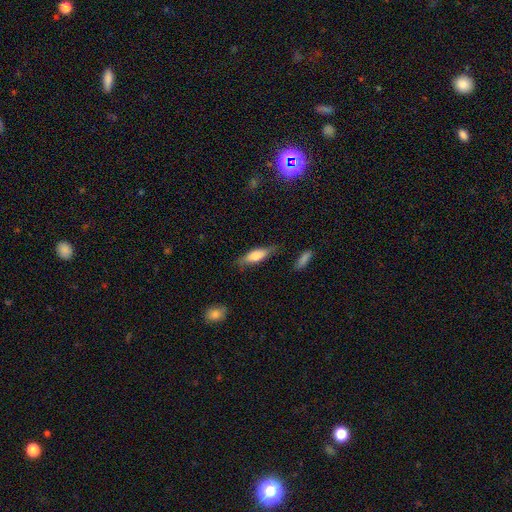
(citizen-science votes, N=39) Smooth or featured? smooth (69%)
How rounded? in between (52%)
Merging? none (82%)